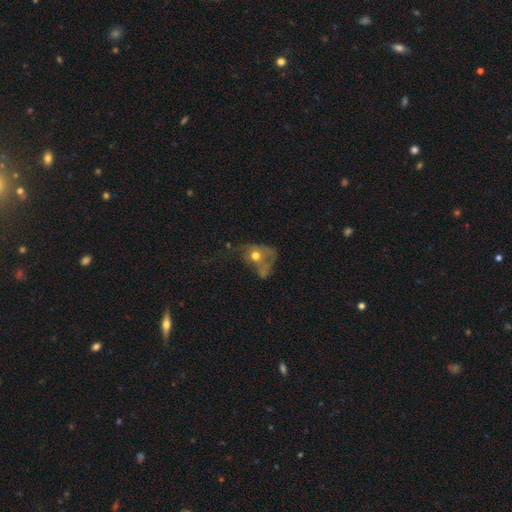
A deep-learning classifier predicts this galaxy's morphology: Overall: smooth (52%; featured or disk 36%). How rounded: in between (58%; round 40%). Merging: major disturbance (41%; merger 26%).